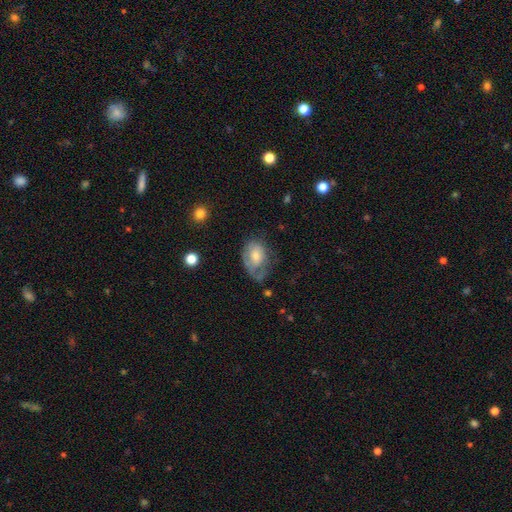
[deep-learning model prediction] Smooth or featured: smooth — 52% (featured or disk — 40%)
How rounded: in between — 82% (round — 17%)
Merging: none — 36% (minor disturbance — 31%)